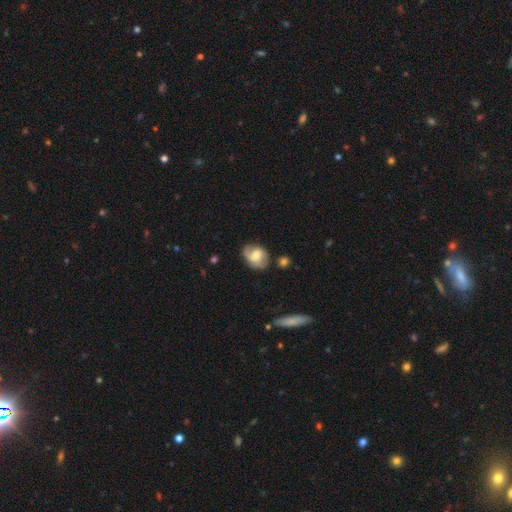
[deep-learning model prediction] A featured or disk galaxy (53%) with no bar (47%), spiral arms (83%) and a moderate central bulge (60%). Merging: none (61%).